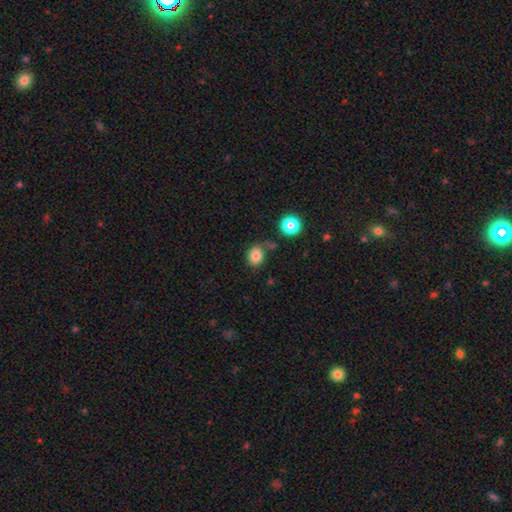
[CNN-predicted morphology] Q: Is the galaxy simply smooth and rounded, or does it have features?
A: smooth — 83%.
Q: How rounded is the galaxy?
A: round — 53%.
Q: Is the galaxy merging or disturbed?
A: none — 72%.